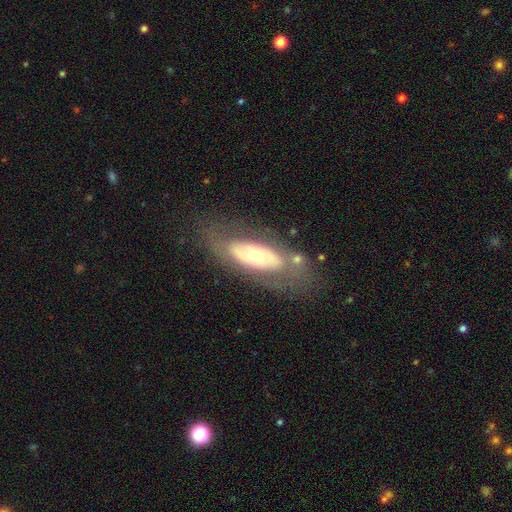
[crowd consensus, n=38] Volunteers were most divided on "bar": no: 62%, weak: 29%, strong: 8%. More confident: edge-on disk — no (89%); spiral arms — no (88%); smooth or featured — featured or disk (71%); merging — none (67%); bulge size — moderate (62%).